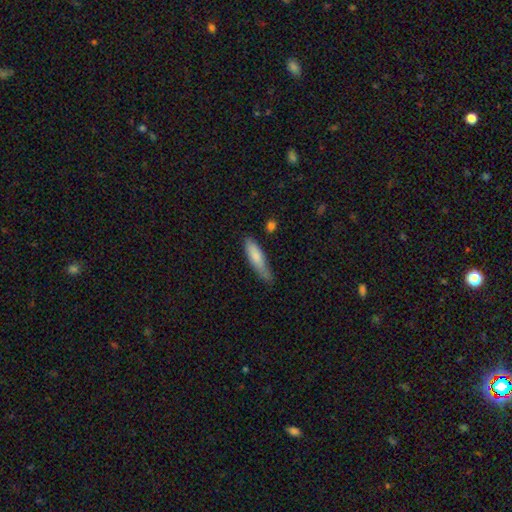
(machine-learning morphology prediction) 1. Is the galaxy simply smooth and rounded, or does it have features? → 78% smooth, 16% featured or disk, 6% star or artifact.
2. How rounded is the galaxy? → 70% cigar-shaped, 28% in between, 2% round.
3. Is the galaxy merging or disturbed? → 60% none, 31% minor disturbance, 6% major disturbance, 3% merger.